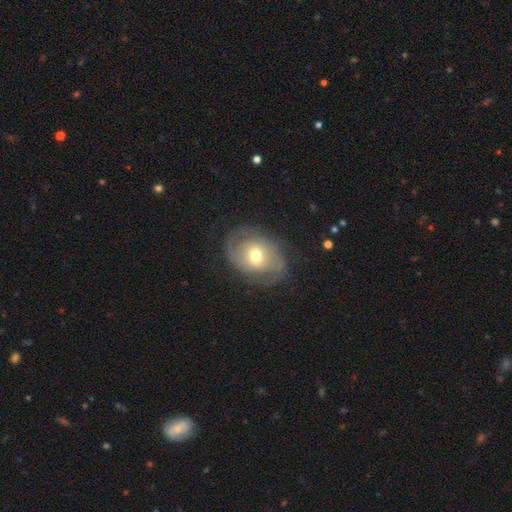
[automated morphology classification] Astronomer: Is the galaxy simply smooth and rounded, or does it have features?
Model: featured or disk — 58% (runner-up: smooth, 34%).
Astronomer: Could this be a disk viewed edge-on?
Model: no — 95%.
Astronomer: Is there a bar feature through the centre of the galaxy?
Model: no — 60%.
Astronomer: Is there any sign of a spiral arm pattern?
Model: yes — 70%.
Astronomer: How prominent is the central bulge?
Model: moderate — 67%.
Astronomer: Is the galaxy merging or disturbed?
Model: none — 71%.